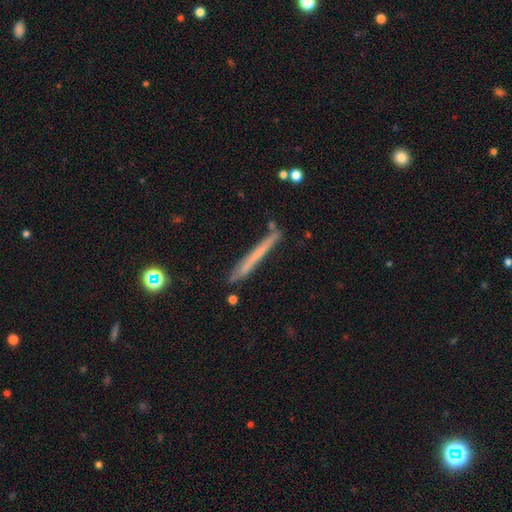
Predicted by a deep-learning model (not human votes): smooth 50%, featured or disk 42%, star or artifact 8%. Down the decision tree: how rounded — cigar-shaped (97%); merging — none (82%).